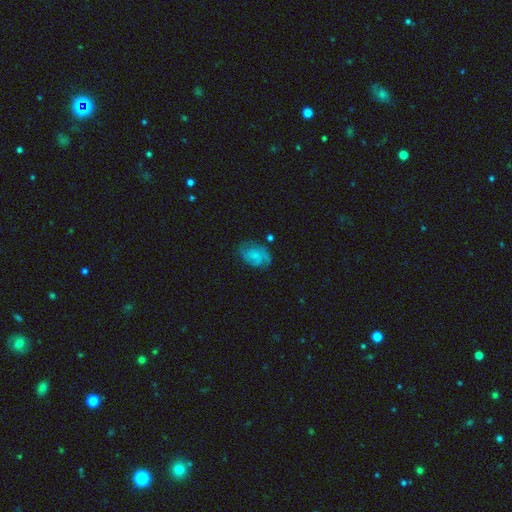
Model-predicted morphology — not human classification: Smooth or featured?
  - featured or disk: 50% *
  - smooth: 41%
  - star or artifact: 9%
Edge-on disk?
  - no: 97% *
  - yes: 3%
Merging?
  - none: 61% *
  - minor disturbance: 25%
  - major disturbance: 11%
  - merger: 3%